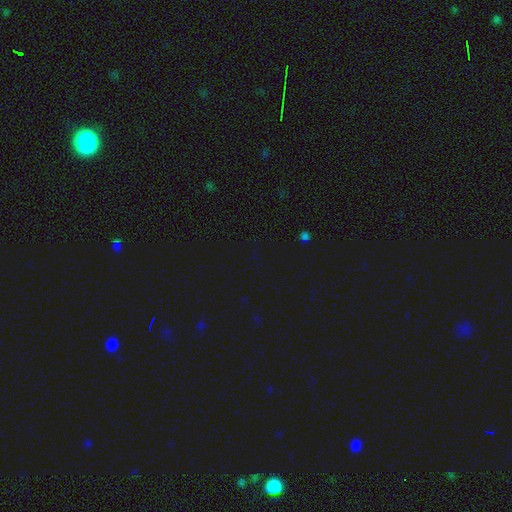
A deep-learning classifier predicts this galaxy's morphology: Smooth or featured: star or artifact — 73% (smooth — 20%)